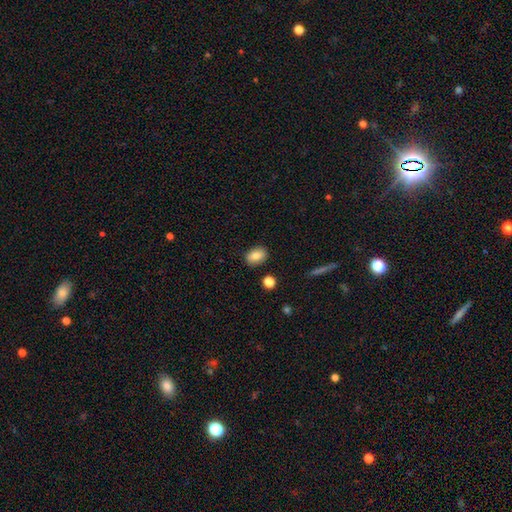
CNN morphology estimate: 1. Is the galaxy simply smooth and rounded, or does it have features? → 82% smooth, 9% featured or disk, 8% star or artifact.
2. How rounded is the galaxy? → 76% in between, 22% round, 1% cigar-shaped.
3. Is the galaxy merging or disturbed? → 87% none, 9% minor disturbance, 2% major disturbance, 2% merger.